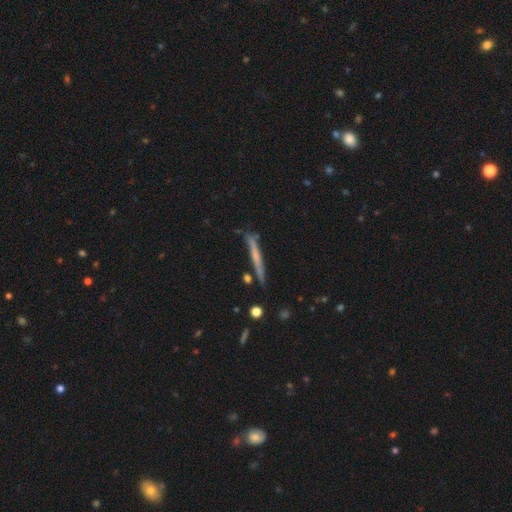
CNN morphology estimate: Smooth or featured: featured or disk — 53% (smooth — 39%)
Edge-on disk: yes — 96% (no — 4%)
Edge-on bulge: none — 64% (rounded — 28%)
Merging: none — 78% (minor disturbance — 15%)